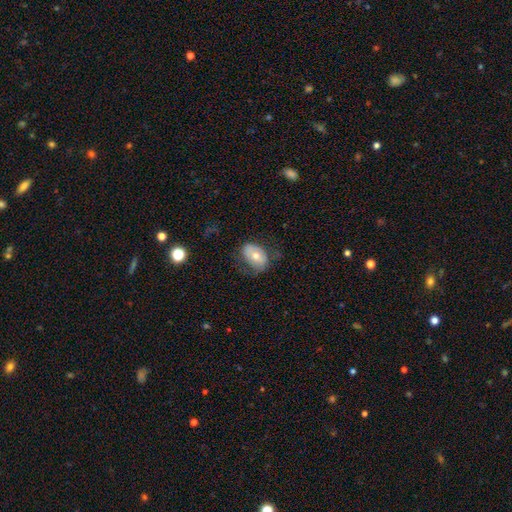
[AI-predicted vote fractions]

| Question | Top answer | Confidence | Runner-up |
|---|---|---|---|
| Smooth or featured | smooth | 61% | featured or disk (31%) |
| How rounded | in between | 81% | round (18%) |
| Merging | none | 56% | minor disturbance (27%) |